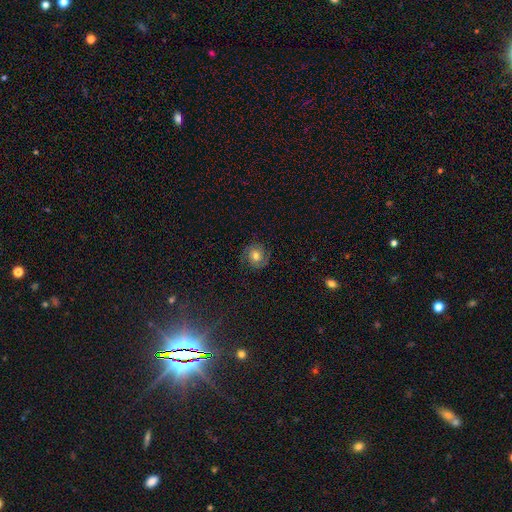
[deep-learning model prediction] A featured or disk galaxy (59%) with no bar (68%), 2 (85%) tight (47%) spiral arms (92%) and a moderate central bulge (65%).

Vote fractions:
- Smooth or featured? featured or disk: 59% / smooth: 29% / star or artifact: 12%
- Edge-on disk? no: 97% / yes: 3%
- Bar? no: 68% / weak: 27% / strong: 5%
- Spiral arms? yes: 92% / no: 8%
- Spiral winding? tight: 47% / medium: 41% / loose: 12%
- Spiral arm count? 2: 85% / can't tell: 7% / 1: 3% / 3: 2% / 4: 1% / more than 4: 1%
- Bulge size? moderate: 65% / large: 18% / small: 13% / none: 2% / dominant: 2%
- Merging? none: 81% / minor disturbance: 12% / major disturbance: 5% / merger: 1%